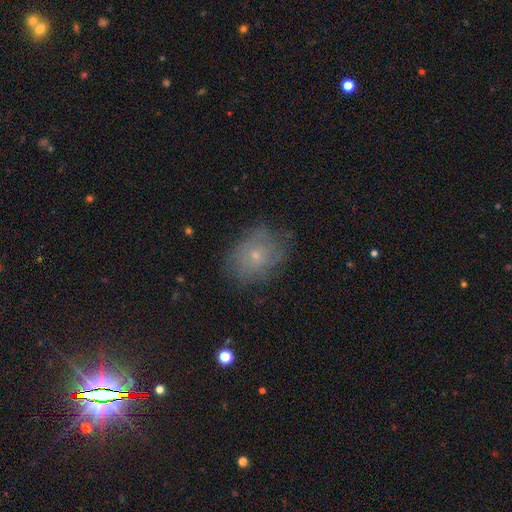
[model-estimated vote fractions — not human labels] Smooth or featured?
  - smooth: 51% *
  - featured or disk: 35%
  - star or artifact: 14%
How rounded?
  - in between: 57% *
  - round: 42%
  - cigar-shaped: 1%
Merging?
  - none: 69% *
  - minor disturbance: 20%
  - major disturbance: 9%
  - merger: 1%